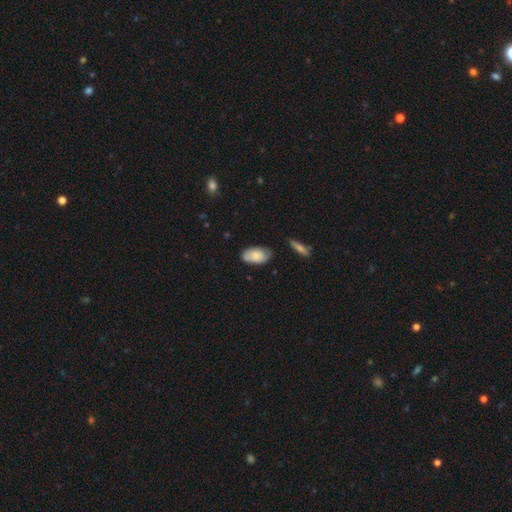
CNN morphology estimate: The model was most divided on "merging": none: 71%, minor disturbance: 22%, major disturbance: 4%, merger: 3%. More confident: how rounded — in between (94%); smooth or featured — smooth (77%).